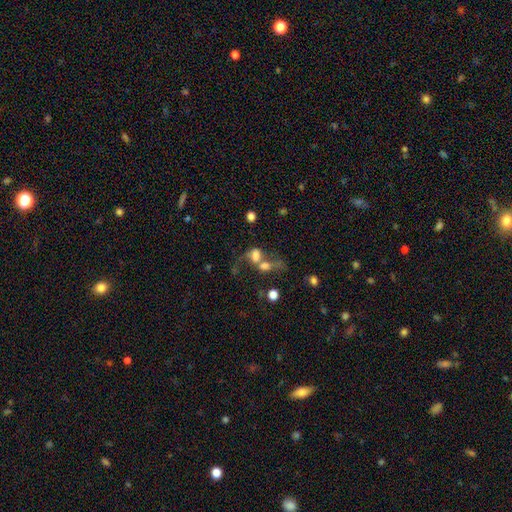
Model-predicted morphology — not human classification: The model was most divided on "how rounded": in between: 63%, round: 34%, cigar-shaped: 3%. More confident: merging — merger (64%); smooth or featured — smooth (61%).